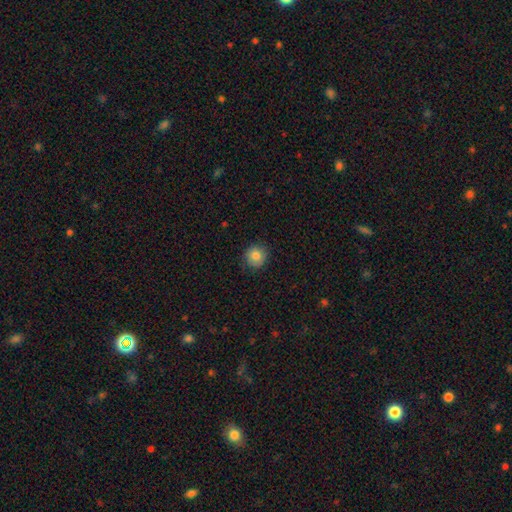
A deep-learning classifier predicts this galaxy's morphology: type=smooth (83%); roundness=round (91%); merging=none (86%).